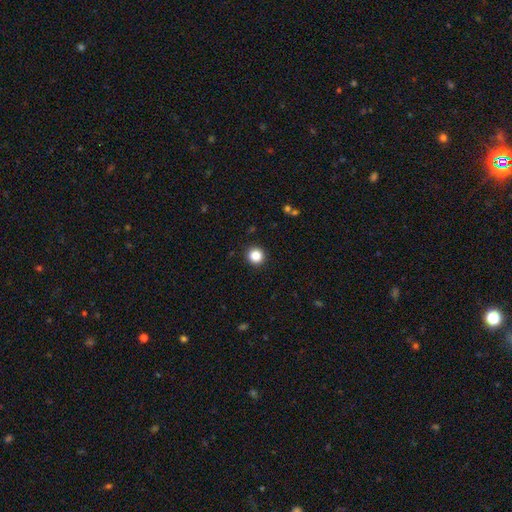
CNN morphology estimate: smooth-or-featured: smooth: 87% | star or artifact: 10% | featured or disk: 3%
  how-rounded: round: 94% | in between: 5% | cigar-shaped: 1%
  merging: none: 92% | minor disturbance: 5% | major disturbance: 2% | merger: 1%